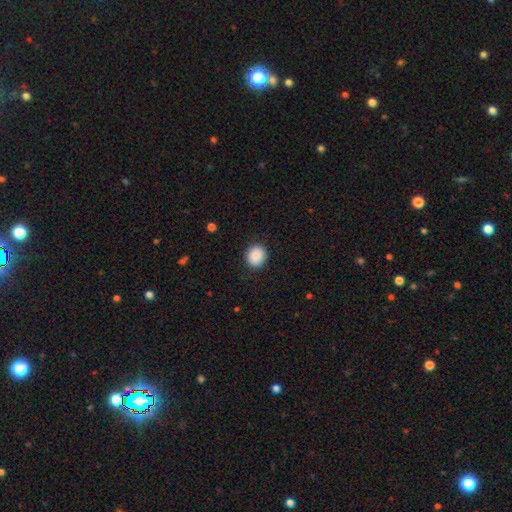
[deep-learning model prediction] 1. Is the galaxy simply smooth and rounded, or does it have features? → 89% smooth, 8% star or artifact, 3% featured or disk.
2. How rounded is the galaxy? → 76% round, 23% in between, 1% cigar-shaped.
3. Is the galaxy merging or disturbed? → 89% none, 8% minor disturbance, 3% major disturbance, 1% merger.